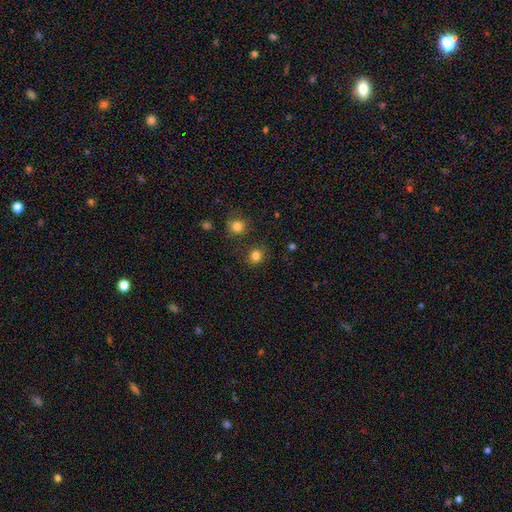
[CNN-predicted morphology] This appears to be a smooth galaxy with no disk features (81%) that is round (86%). Merging: none (83%).